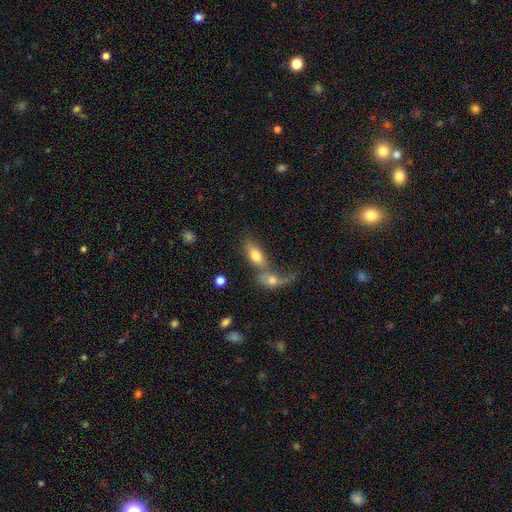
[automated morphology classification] smooth_or_featured: smooth (p=0.73) [alt: featured or disk p=0.20]
how_rounded: in between (p=0.84) [alt: cigar-shaped p=0.11]
merging: merger (p=0.54) [alt: none p=0.30]